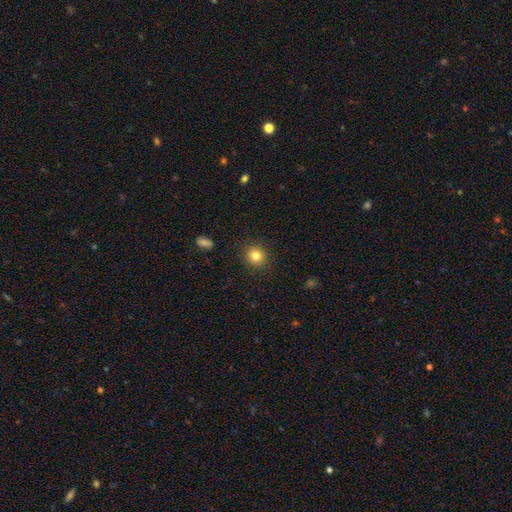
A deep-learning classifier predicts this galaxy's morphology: A smooth galaxy with no disk features (83%) that is round (90%). Merging: none (90%).